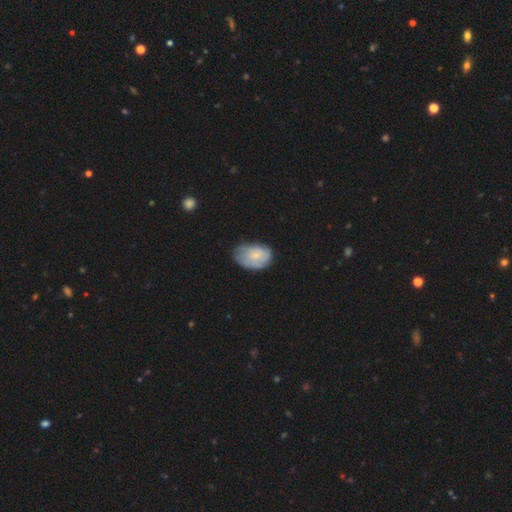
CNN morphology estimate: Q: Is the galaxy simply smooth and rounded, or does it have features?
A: smooth — 59%.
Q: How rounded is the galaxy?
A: in between — 82%.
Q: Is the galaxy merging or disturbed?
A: none — 59%.